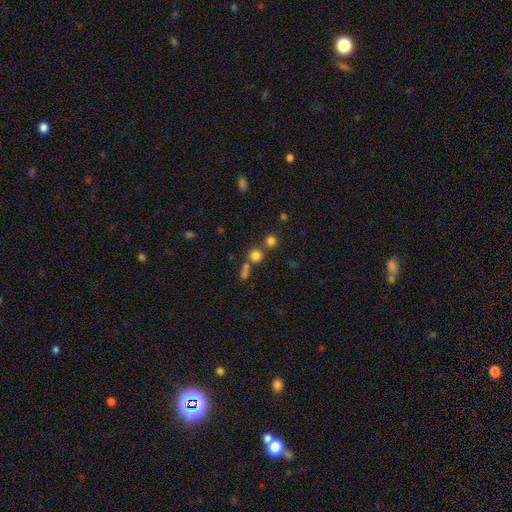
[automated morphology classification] smooth-or-featured: smooth: 75% | star or artifact: 18% | featured or disk: 8%
  how-rounded: round: 90% | in between: 8% | cigar-shaped: 1%
  merging: none: 63% | merger: 26% | minor disturbance: 7% | major disturbance: 4%